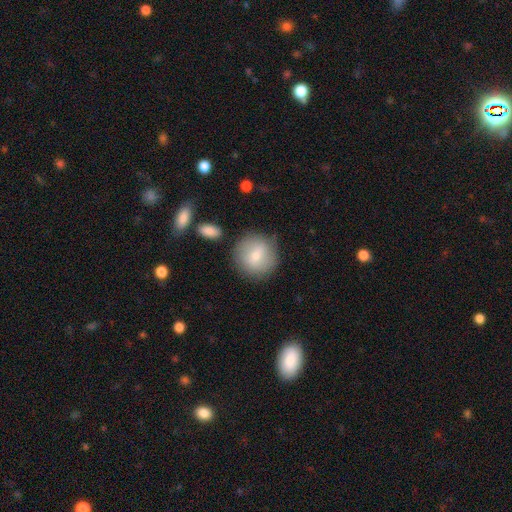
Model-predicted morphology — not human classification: This is likely a smooth galaxy (70%). How rounded: clearly round (91%). Merging: likely none (78%).